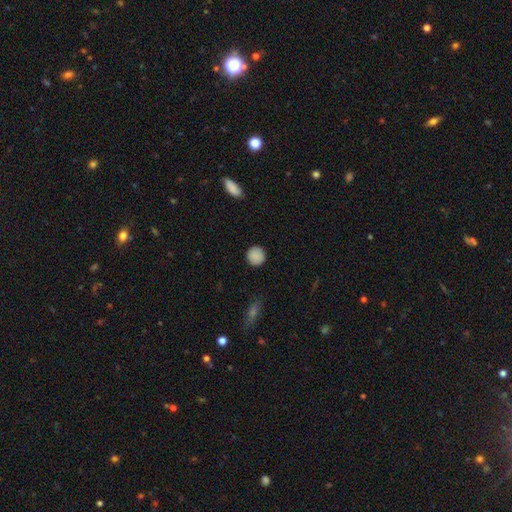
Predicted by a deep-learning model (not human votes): Smooth or featured? Predicted: smooth (p=0.88). How rounded? Predicted: round (p=0.93). Merging? Predicted: none (p=0.90).